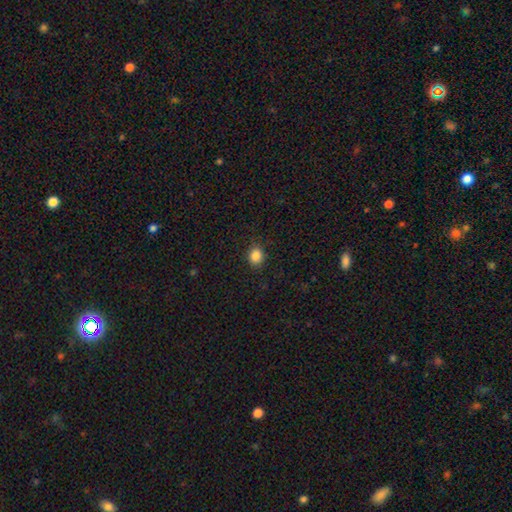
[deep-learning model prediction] This is clearly a smooth galaxy (85%). How rounded: likely round (62%). Merging: clearly none (88%).